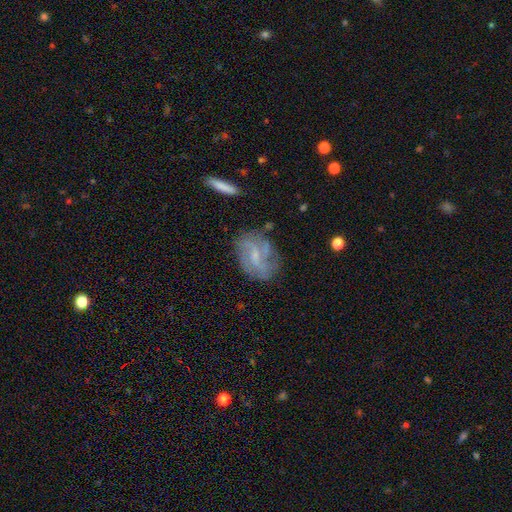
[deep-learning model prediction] Q: Smooth or featured?
A: featured or disk (70%); runner-up: smooth (22%)
Q: Edge-on disk?
A: no (96%); runner-up: yes (4%)
Q: Bar?
A: weak (52%); runner-up: no (33%)
Q: Spiral arms?
A: yes (84%); runner-up: no (16%)
Q: Spiral winding?
A: medium (42%); runner-up: loose (32%)
Q: Spiral arm count?
A: 2 (43%); runner-up: can't tell (29%)
Q: Bulge size?
A: small (51%); runner-up: moderate (24%)
Q: Merging?
A: none (66%); runner-up: minor disturbance (20%)